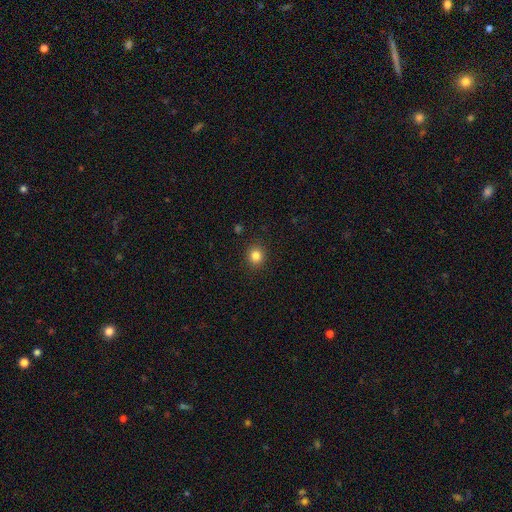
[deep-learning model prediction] Smooth or featured: smooth — 83% (star or artifact — 12%)
How rounded: round — 86% (in between — 13%)
Merging: none — 91% (minor disturbance — 6%)